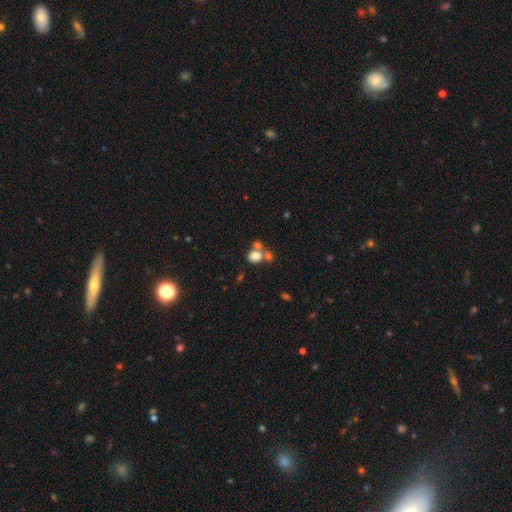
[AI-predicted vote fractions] Smooth or featured? smooth (78%)
How rounded? round (52%)
Merging? none (46%)